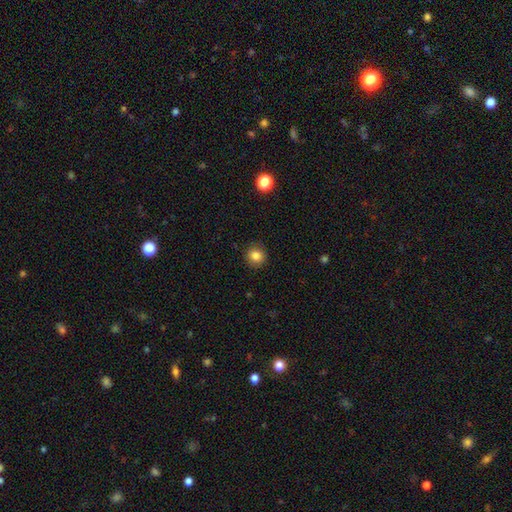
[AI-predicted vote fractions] Morphology: type=smooth (83%); roundness=round (91%); merging=none (90%).